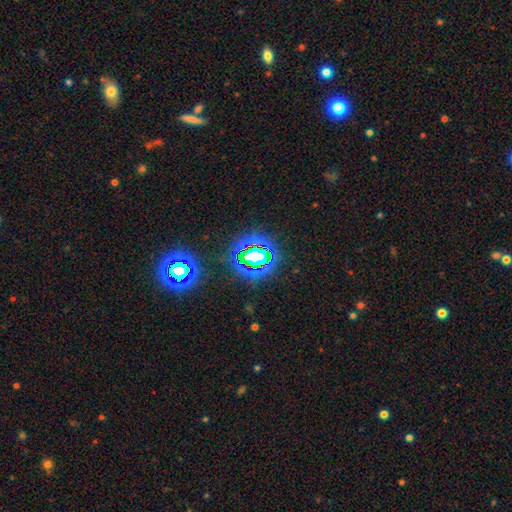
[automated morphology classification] A star or artifact, not a galaxy (73%).

Vote fractions:
- Smooth or featured? star or artifact: 73% / smooth: 16% / featured or disk: 11%